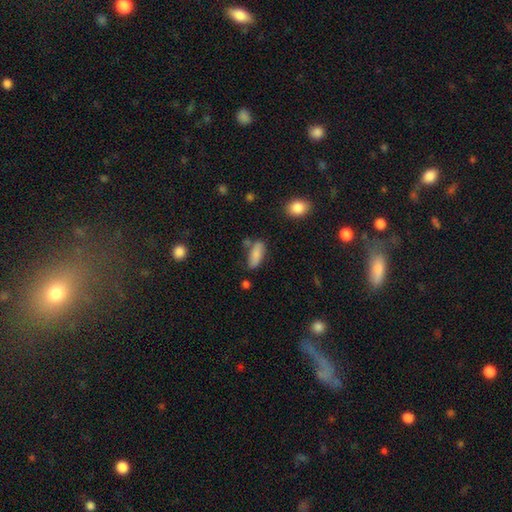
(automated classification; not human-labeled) A smooth galaxy with no disk features (82%) that is in between round and cigar-shaped (75%).

Vote fractions:
- Smooth or featured? smooth: 82% / featured or disk: 11% / star or artifact: 7%
- How rounded? in between: 75% / cigar-shaped: 22% / round: 2%
- Merging? none: 65% / minor disturbance: 21% / merger: 9% / major disturbance: 5%